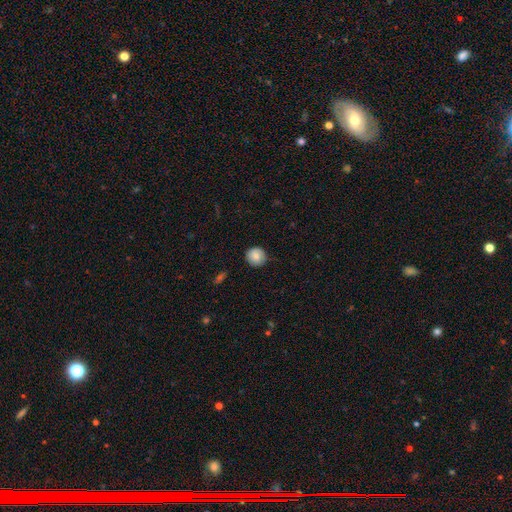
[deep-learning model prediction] Morphology: type=smooth (83%); roundness=round (93%); merging=none (88%).